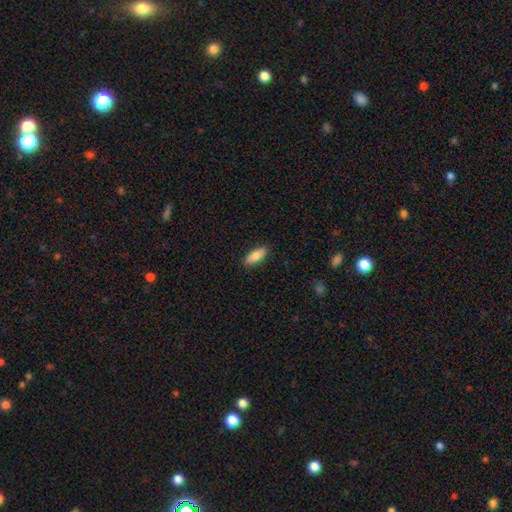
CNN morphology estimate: This is clearly a smooth galaxy (85%). How rounded: likely in between (76%). Merging: clearly none (87%).